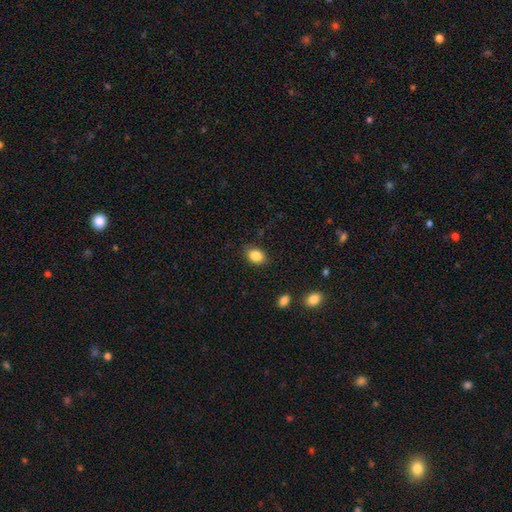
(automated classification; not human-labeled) The model was most divided on "how rounded": in between: 64%, round: 35%, cigar-shaped: 1%. More confident: smooth or featured — smooth (87%); merging — none (80%).